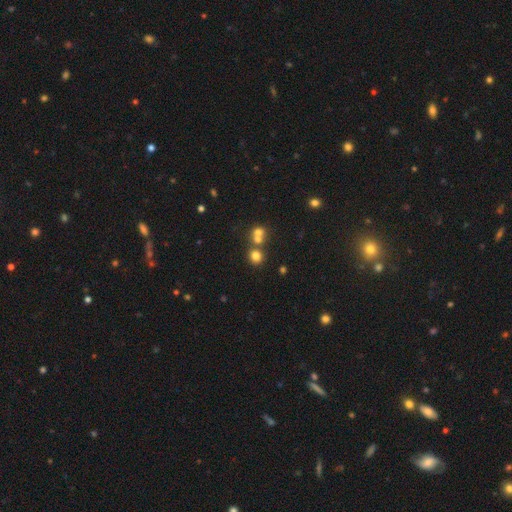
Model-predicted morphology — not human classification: smooth_or_featured: smooth (p=0.74) [alt: star or artifact p=0.16]
how_rounded: round (p=0.86) [alt: in between p=0.13]
merging: none (p=0.56) [alt: merger p=0.35]